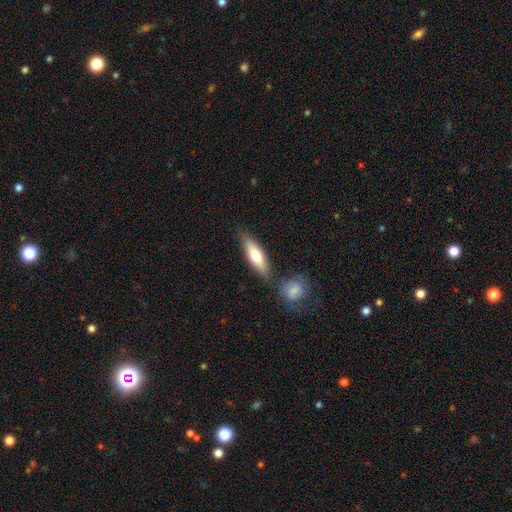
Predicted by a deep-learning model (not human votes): Overall: smooth (67%; featured or disk 28%). How rounded: cigar-shaped (58%; in between 39%). Merging: none (75%).